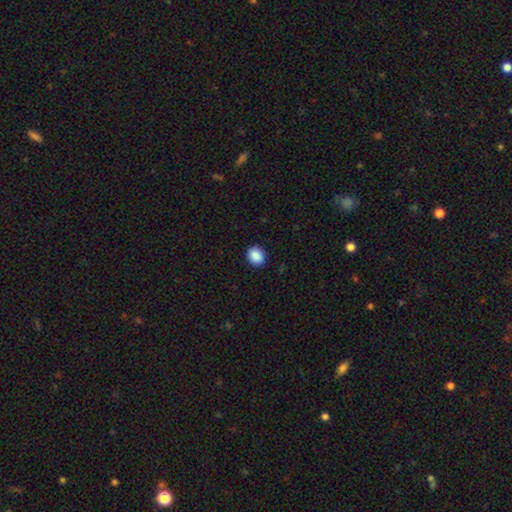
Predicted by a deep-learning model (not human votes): A smooth galaxy with no disk features (89%) that is round (61%).

Vote fractions:
- Smooth or featured? smooth: 89% / star or artifact: 8% / featured or disk: 3%
- How rounded? round: 61% / in between: 38% / cigar-shaped: 1%
- Merging? none: 91% / minor disturbance: 7% / major disturbance: 2% / merger: 1%